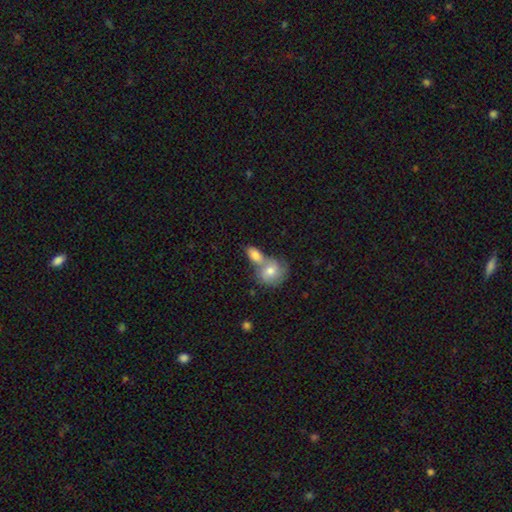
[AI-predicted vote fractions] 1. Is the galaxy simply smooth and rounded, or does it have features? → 75% smooth, 18% featured or disk, 7% star or artifact.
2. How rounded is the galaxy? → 80% in between, 15% round, 5% cigar-shaped.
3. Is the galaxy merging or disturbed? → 59% merger, 28% none, 9% minor disturbance, 4% major disturbance.